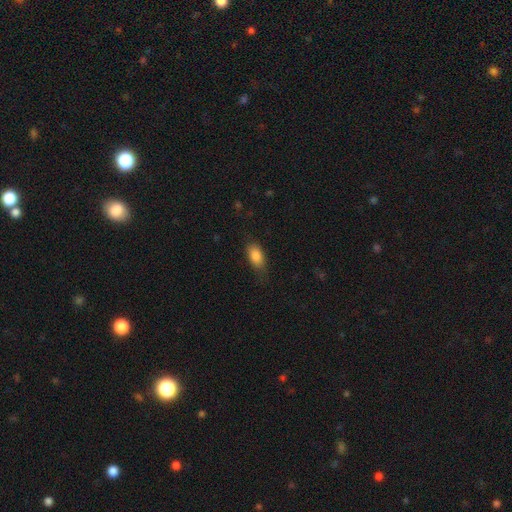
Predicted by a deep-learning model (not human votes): smooth 86%, star or artifact 7%, featured or disk 7%. Down the decision tree: how rounded — in between (88%); merging — none (70%).